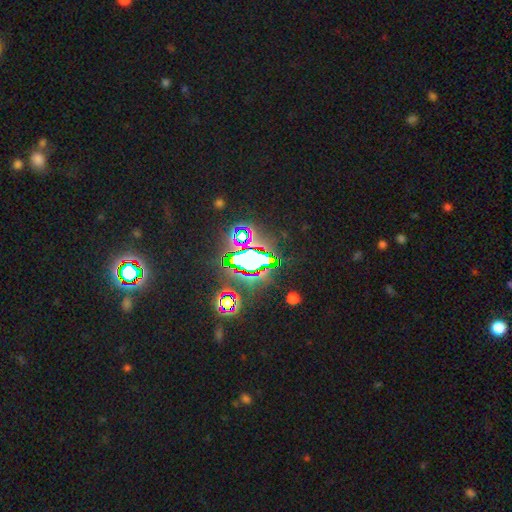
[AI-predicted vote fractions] A star or artifact, not a galaxy (80%).